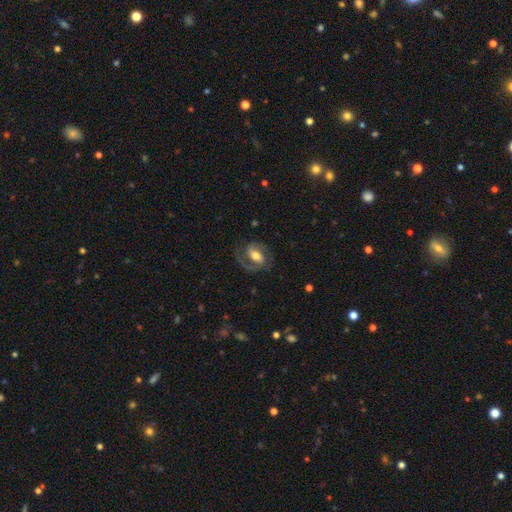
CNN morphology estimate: Smooth or featured?
  - featured or disk: 73% *
  - smooth: 21%
  - star or artifact: 6%
Edge-on disk?
  - no: 96% *
  - yes: 4%
Bar?
  - weak: 39% *
  - strong: 37%
  - no: 24%
Spiral arms?
  - yes: 89% *
  - no: 11%
Spiral winding?
  - medium: 50% *
  - tight: 30%
  - loose: 20%
Spiral arm count?
  - 2: 77% *
  - 1: 14%
  - can't tell: 6%
  - 3: 1%
  - 4: 1%
  - more than 4: 1%
Bulge size?
  - moderate: 62% *
  - large: 19%
  - small: 15%
  - dominant: 2%
  - none: 2%
Merging?
  - none: 68% *
  - minor disturbance: 16%
  - major disturbance: 15%
  - merger: 1%